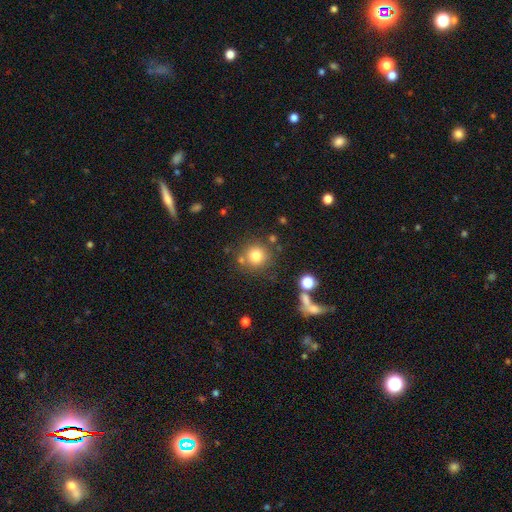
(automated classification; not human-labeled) smooth 79%, star or artifact 13%, featured or disk 8%. Down the decision tree: how rounded — round (93%); merging — none (77%).